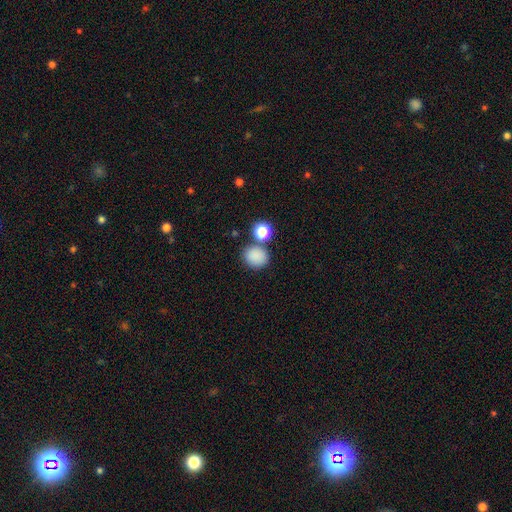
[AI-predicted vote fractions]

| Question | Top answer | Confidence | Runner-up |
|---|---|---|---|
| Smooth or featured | smooth | 84% | star or artifact (11%) |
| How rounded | round | 73% | in between (26%) |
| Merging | none | 70% | merger (15%) |